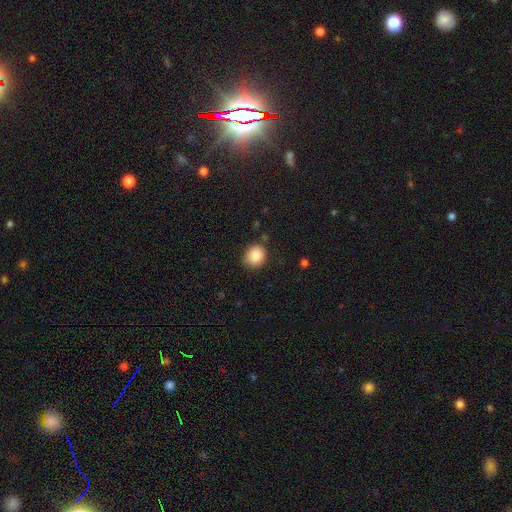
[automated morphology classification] Smooth or featured? smooth (86%)
How rounded? round (73%)
Merging? none (82%)